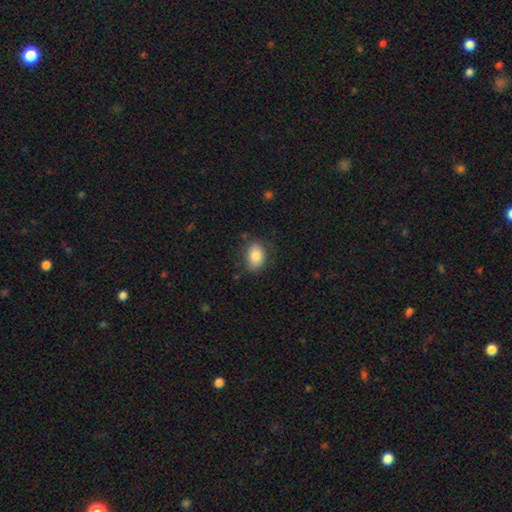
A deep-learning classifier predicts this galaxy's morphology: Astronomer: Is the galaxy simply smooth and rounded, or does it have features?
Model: smooth — 83%.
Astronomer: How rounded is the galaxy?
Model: in between — 81%.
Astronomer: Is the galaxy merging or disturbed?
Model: none — 78%.